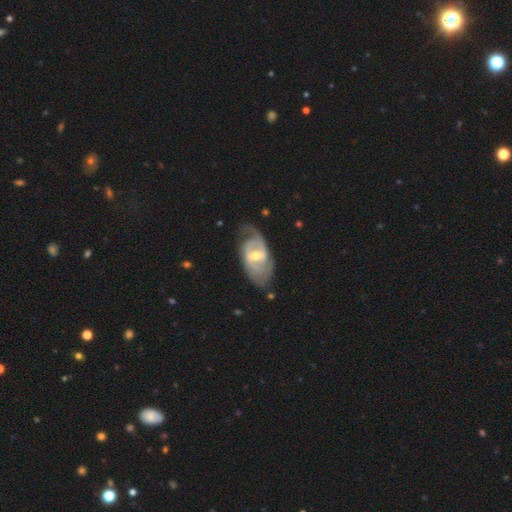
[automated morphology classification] smooth-or-featured: featured or disk: 83% | smooth: 12% | star or artifact: 5%
  disk-edge-on: no: 95% | yes: 5%
    bar: weak: 50% | strong: 35% | no: 16%
    has-spiral-arms: yes: 91% | no: 9%
      spiral-winding: tight: 42% | medium: 39% | loose: 18%
      spiral-arm-count: 2: 63% | can't tell: 19% | 1: 7% | 3: 7% | 4: 2% | more than 4: 2%
    bulge-size: moderate: 60% | small: 35% | large: 3% | none: 1% | dominant: 1%
  merging: none: 64% | minor disturbance: 23% | major disturbance: 11% | merger: 2%